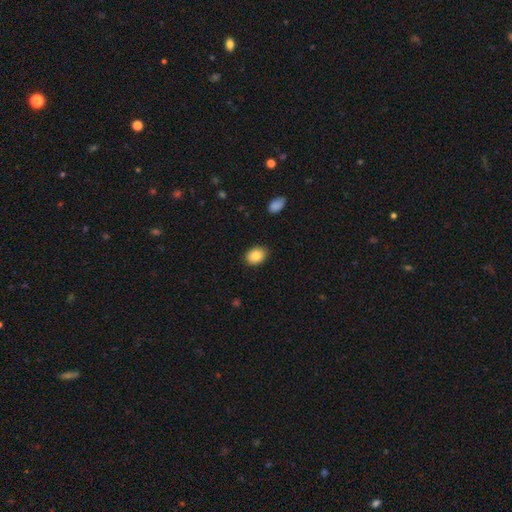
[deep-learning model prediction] smooth-or-featured: smooth: 86% | star or artifact: 8% | featured or disk: 7%
  how-rounded: in between: 69% | round: 30% | cigar-shaped: 1%
  merging: none: 88% | minor disturbance: 9% | major disturbance: 2% | merger: 1%